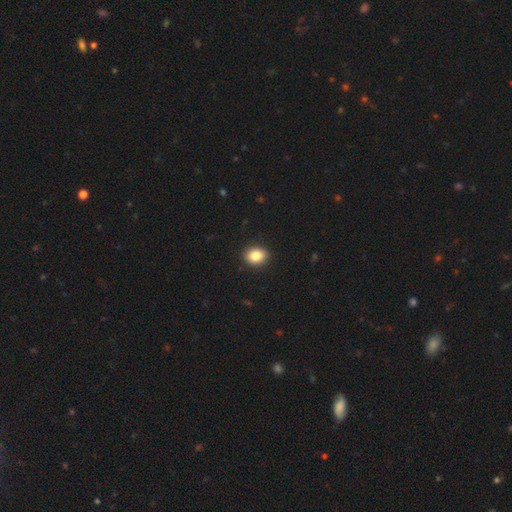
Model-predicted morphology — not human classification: A smooth galaxy with no disk features (87%) that is in between round and cigar-shaped (55%). Merging: none (91%).